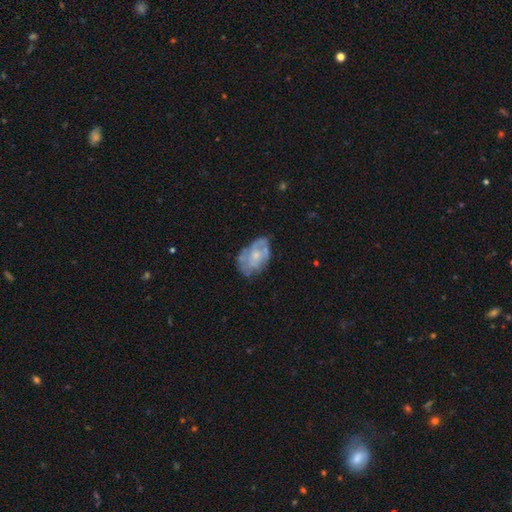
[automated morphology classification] Smooth or featured: featured or disk — 63% (smooth — 30%)
Edge-on disk: no — 96% (yes — 4%)
Bar: no — 82% (weak — 16%)
Spiral arms: yes — 51% (no — 49%)
Bulge size: small — 57% (moderate — 34%)
Merging: none — 56% (minor disturbance — 27%)